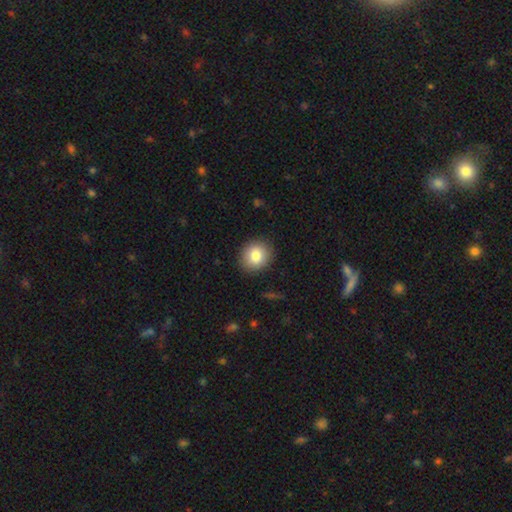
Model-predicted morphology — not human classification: Q: Smooth or featured?
A: smooth (83%); runner-up: star or artifact (9%)
Q: How rounded?
A: round (74%); runner-up: in between (25%)
Q: Merging?
A: none (89%); runner-up: minor disturbance (8%)